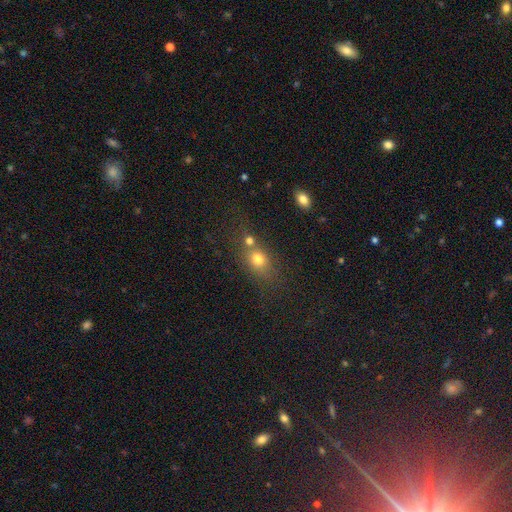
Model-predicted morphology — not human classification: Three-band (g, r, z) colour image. It shows a smooth galaxy with no disk features (57%) that is round (60%). Merging: none (55%).